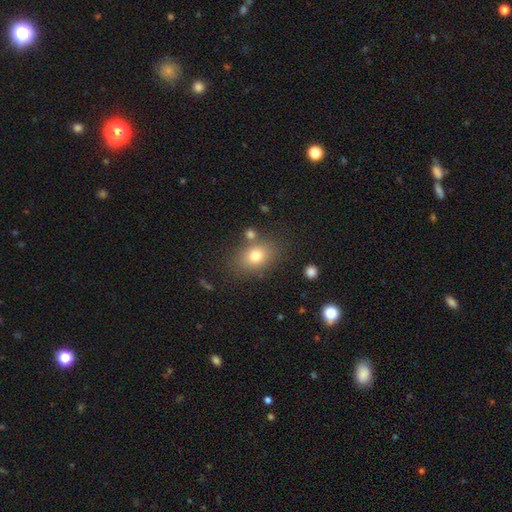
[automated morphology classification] type=smooth (76%); roundness=in between (70%); merging=none (74%).